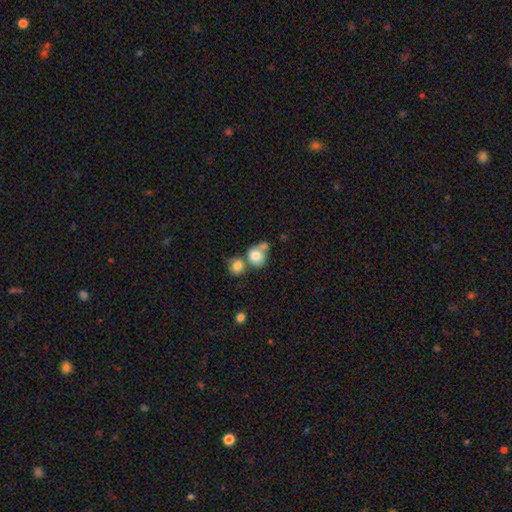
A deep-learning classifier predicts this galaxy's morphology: smooth 79%, featured or disk 12%, star or artifact 9%. Down the decision tree: how rounded — round (74%); merging — merger (49%).